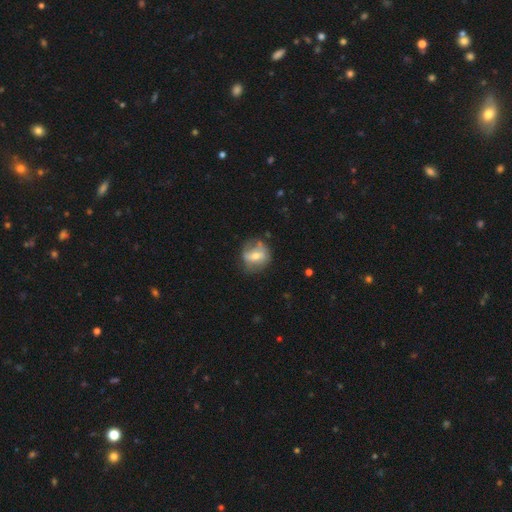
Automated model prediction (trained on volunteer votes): Smooth or featured: featured or disk — 46% (tied with smooth — 46%)
Merging: none — 59% (minor disturbance — 26%)